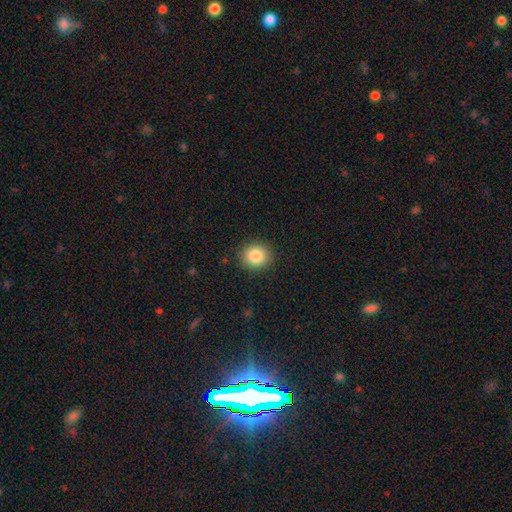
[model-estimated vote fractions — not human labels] Overall: smooth (85%). How rounded: round (78%). Merging: none (89%).